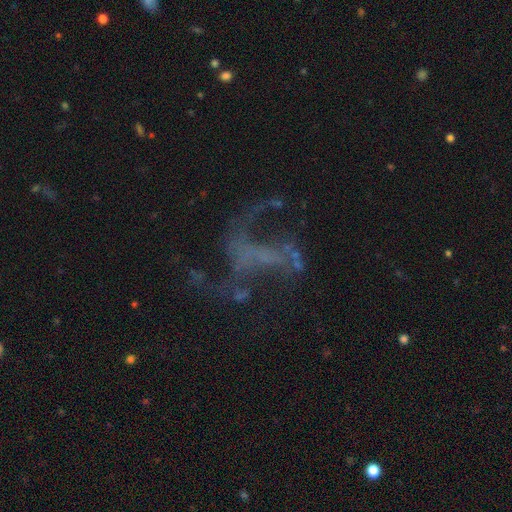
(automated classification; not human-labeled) Smooth or featured? Predicted: featured or disk (p=0.67). Edge-on disk? Predicted: no (p=0.97). Bar? Predicted: no (p=0.54). Spiral arms? Predicted: yes (p=0.60). Bulge size? Predicted: none (p=0.76). Merging? Predicted: none (p=0.43).